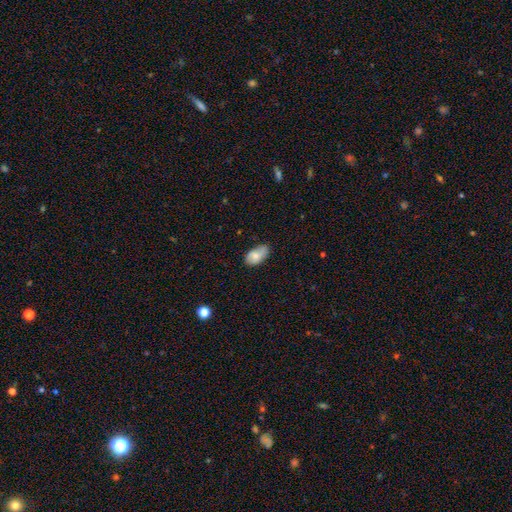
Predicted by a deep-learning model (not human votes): A smooth galaxy with no disk features (77%) that is in between round and cigar-shaped (93%).

Vote fractions:
- Smooth or featured? smooth: 77% / featured or disk: 16% / star or artifact: 7%
- How rounded? in between: 93% / round: 5% / cigar-shaped: 2%
- Merging? none: 53% / minor disturbance: 37% / major disturbance: 7% / merger: 2%